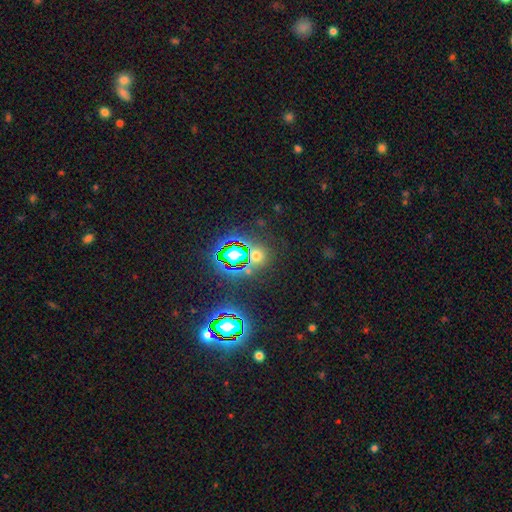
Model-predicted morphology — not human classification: Smooth or featured? star or artifact (55%)